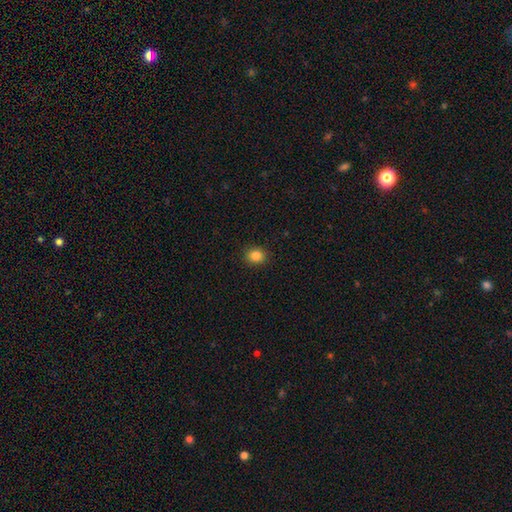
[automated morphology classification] A smooth galaxy with no disk features (84%) that is round (76%).

Vote fractions:
- Smooth or featured? smooth: 84% / star or artifact: 11% / featured or disk: 5%
- How rounded? round: 76% / in between: 23% / cigar-shaped: 1%
- Merging? none: 91% / minor disturbance: 6% / major disturbance: 2% / merger: 1%